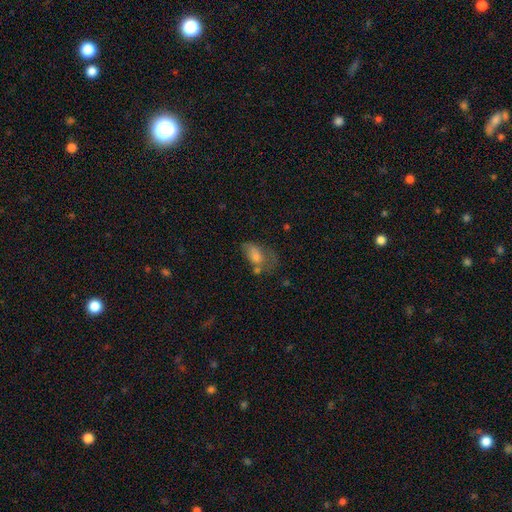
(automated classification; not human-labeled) This appears to be a smooth galaxy with no disk features (56%) that is in between round and cigar-shaped (86%). Merging: major disturbance (34%).